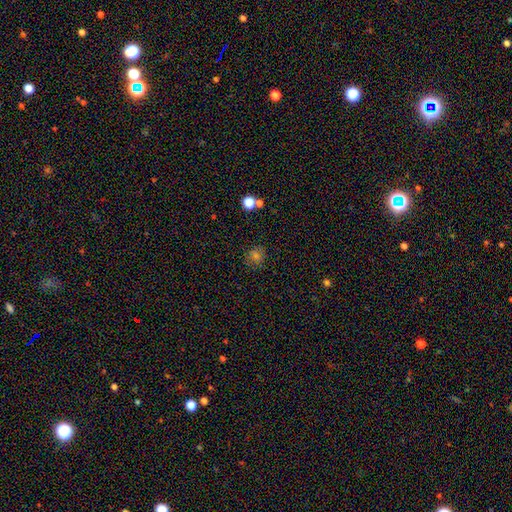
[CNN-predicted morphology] smooth-or-featured: smooth: 65% | star or artifact: 26% | featured or disk: 10%
  how-rounded: round: 79% | in between: 20% | cigar-shaped: 1%
  merging: none: 83% | minor disturbance: 11% | major disturbance: 4% | merger: 2%